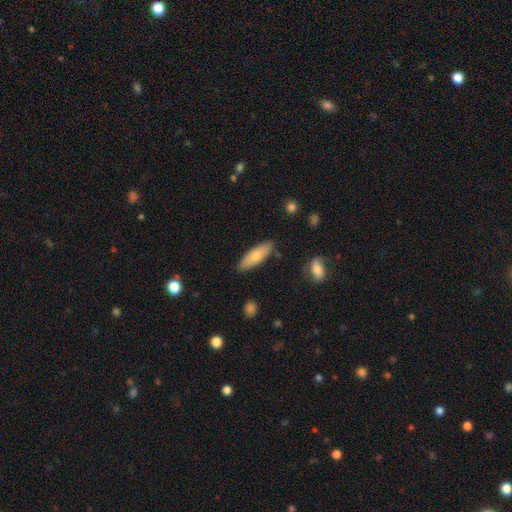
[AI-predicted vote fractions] smooth_or_featured: smooth (p=0.69) [alt: featured or disk p=0.25]
how_rounded: in between (p=0.57) [alt: cigar-shaped p=0.41]
merging: none (p=0.83) [alt: minor disturbance p=0.12]